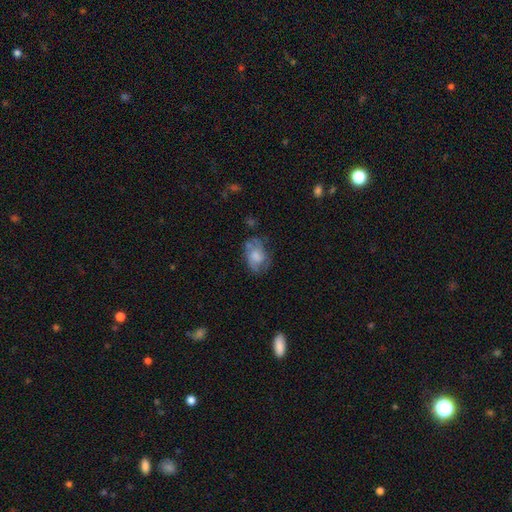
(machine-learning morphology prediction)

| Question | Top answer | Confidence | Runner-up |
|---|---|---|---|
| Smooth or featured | featured or disk | 49% | smooth (43%) |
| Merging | none | 54% | minor disturbance (27%) |